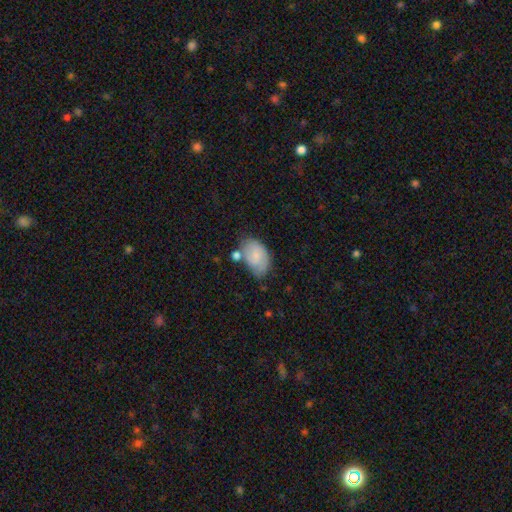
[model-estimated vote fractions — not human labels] A smooth galaxy with no disk features (69%) that is in between round and cigar-shaped (89%). Merging: none (48%).